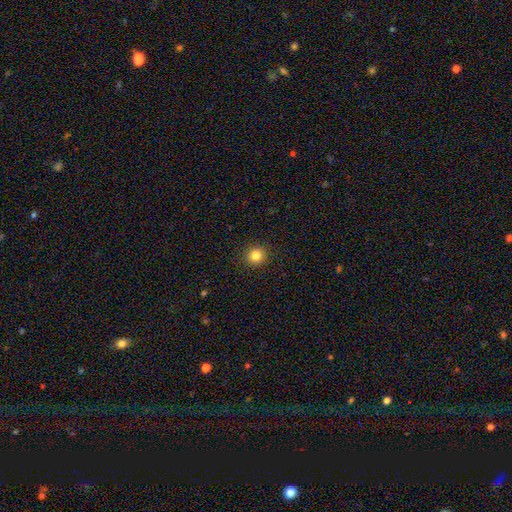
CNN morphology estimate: A smooth galaxy with no disk features (83%) that is round (92%). Merging: none (93%).